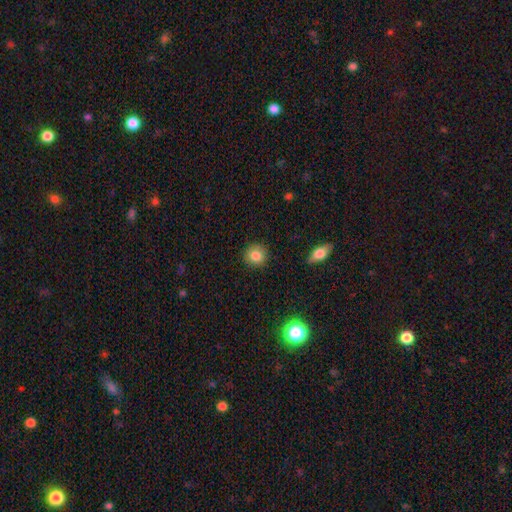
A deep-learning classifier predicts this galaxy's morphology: smooth_or_featured: smooth (p=0.83) [alt: star or artifact p=0.10]
how_rounded: round (p=0.90) [alt: in between p=0.09]
merging: none (p=0.89) [alt: minor disturbance p=0.07]